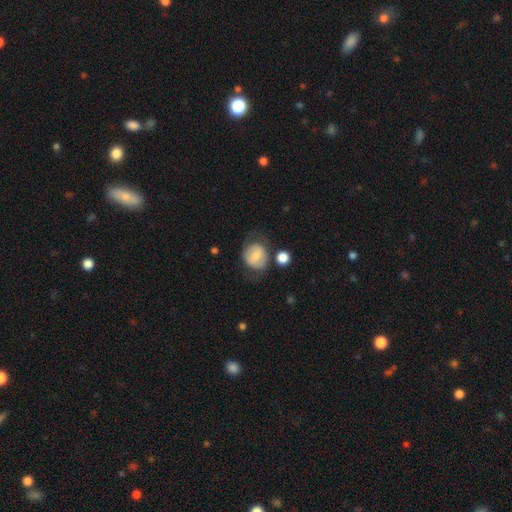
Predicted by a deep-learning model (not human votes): This appears to be a smooth galaxy with no disk features (63%) that is round (66%). Merging: none (51%).